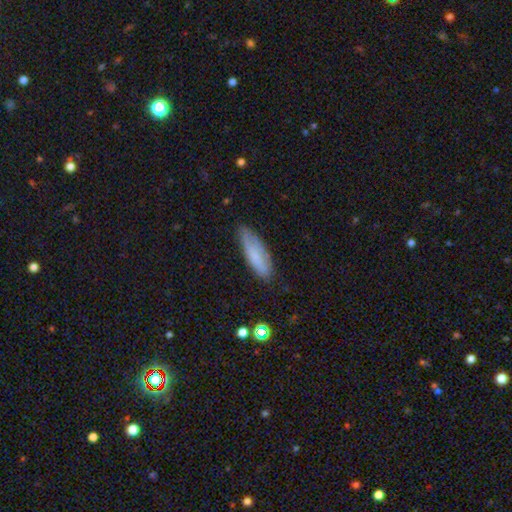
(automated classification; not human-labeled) This is likely a smooth galaxy (73%). How rounded: possibly cigar-shaped (57%). Merging: likely none (70%).